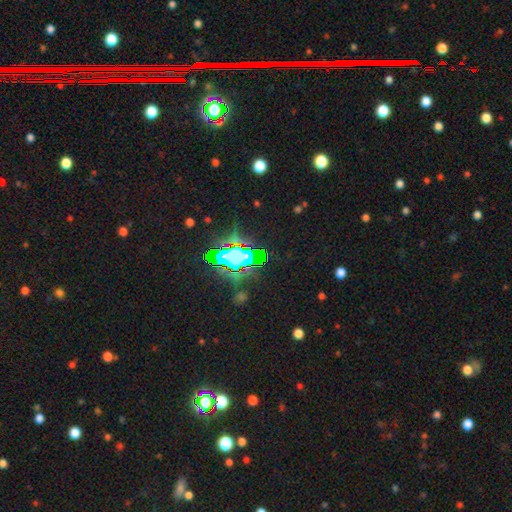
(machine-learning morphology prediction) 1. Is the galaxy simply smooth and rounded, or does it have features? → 70% star or artifact, 17% smooth, 13% featured or disk.